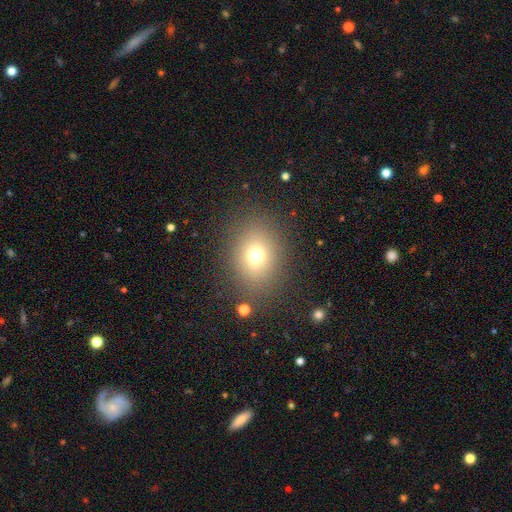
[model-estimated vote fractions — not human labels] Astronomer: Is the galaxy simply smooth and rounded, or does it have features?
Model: smooth — 70%.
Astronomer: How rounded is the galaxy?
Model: round — 52% (runner-up: in between, 47%).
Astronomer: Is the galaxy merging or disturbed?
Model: none — 84%.